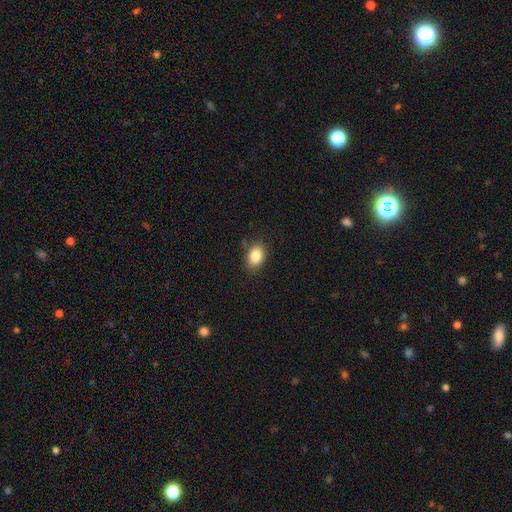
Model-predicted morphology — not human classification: This is clearly a smooth galaxy (85%). How rounded: likely in between (79%). Merging: clearly none (83%).